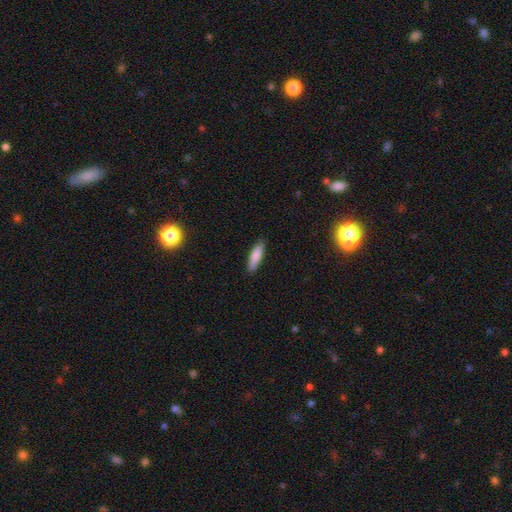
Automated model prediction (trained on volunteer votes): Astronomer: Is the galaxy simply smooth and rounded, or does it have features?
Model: smooth — 82%.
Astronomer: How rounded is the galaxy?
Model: cigar-shaped — 63%.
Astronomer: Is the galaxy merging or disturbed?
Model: none — 89%.